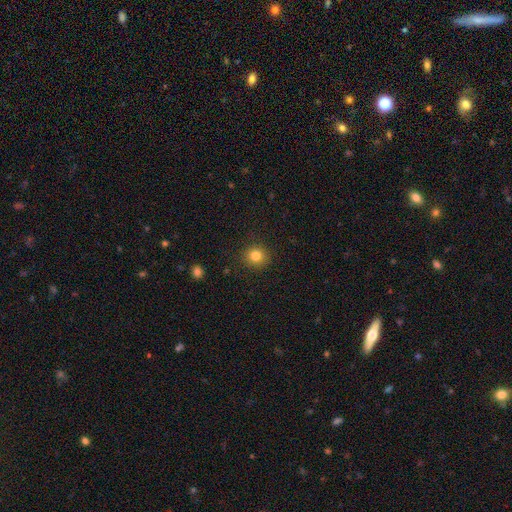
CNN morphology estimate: This appears to be a smooth galaxy with no disk features (82%) that is round (85%). Merging: none (89%).